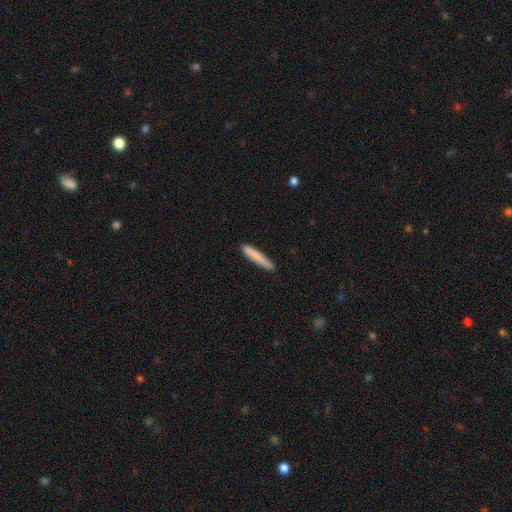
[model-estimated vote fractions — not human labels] This appears to be a smooth galaxy with no disk features (82%) that is cigar-shaped (95%). Merging: none (89%).